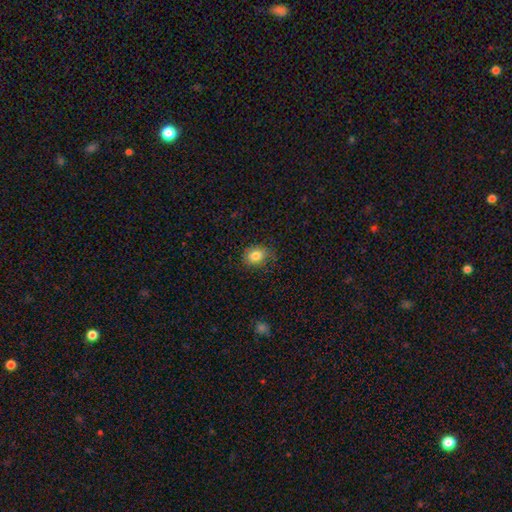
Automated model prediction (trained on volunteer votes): smooth-or-featured: smooth: 82% | star or artifact: 10% | featured or disk: 8%
  how-rounded: in between: 61% | round: 38% | cigar-shaped: 1%
  merging: none: 80% | minor disturbance: 15% | major disturbance: 4% | merger: 1%